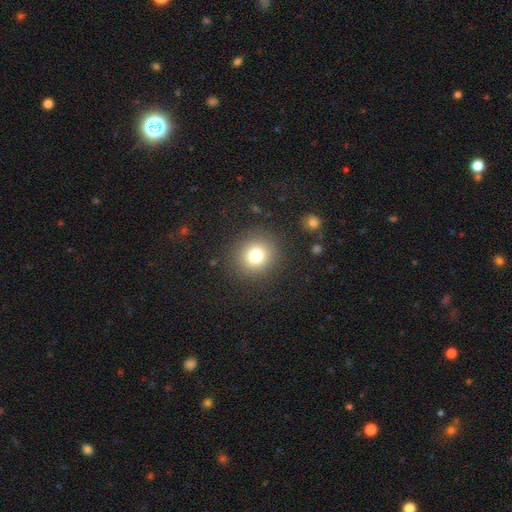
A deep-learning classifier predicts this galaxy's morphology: The model was most divided on "smooth or featured": smooth: 78%, star or artifact: 13%, featured or disk: 9%. More confident: how rounded — round (89%); merging — none (88%).